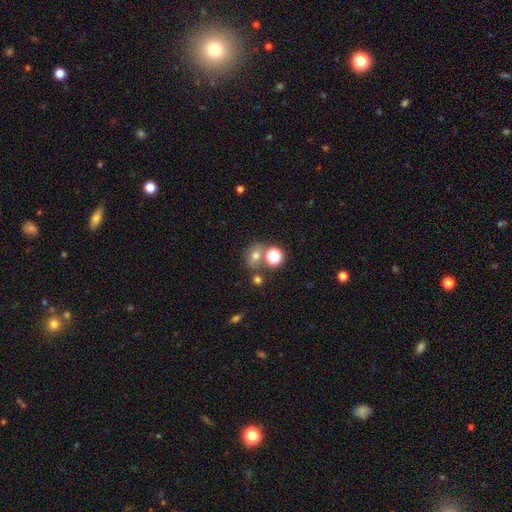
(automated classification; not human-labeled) This is likely a smooth galaxy (65%). How rounded: likely round (65%). Merging: possibly none (58%).